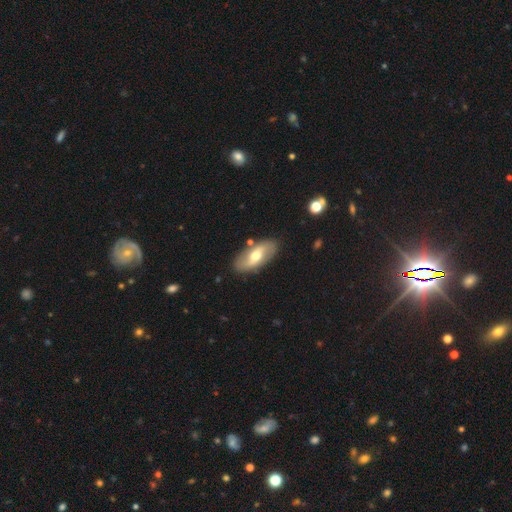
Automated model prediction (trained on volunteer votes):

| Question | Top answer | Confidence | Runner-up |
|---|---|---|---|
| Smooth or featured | featured or disk | 53% | smooth (42%) |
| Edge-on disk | no | 86% | yes (14%) |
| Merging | none | 83% | minor disturbance (11%) |